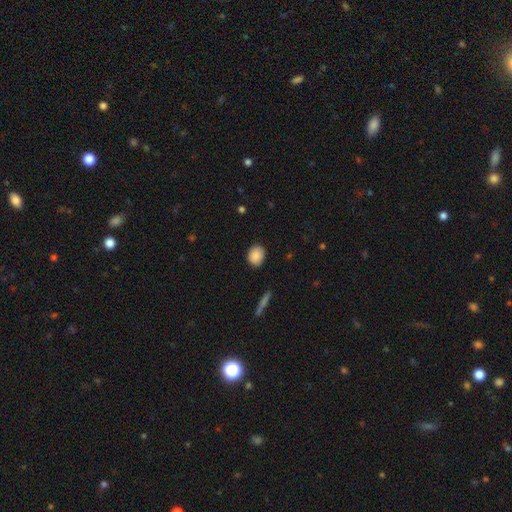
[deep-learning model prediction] Q: Smooth or featured?
A: smooth (88%); runner-up: star or artifact (8%)
Q: How rounded?
A: round (54%); runner-up: in between (44%)
Q: Merging?
A: none (88%); runner-up: minor disturbance (9%)